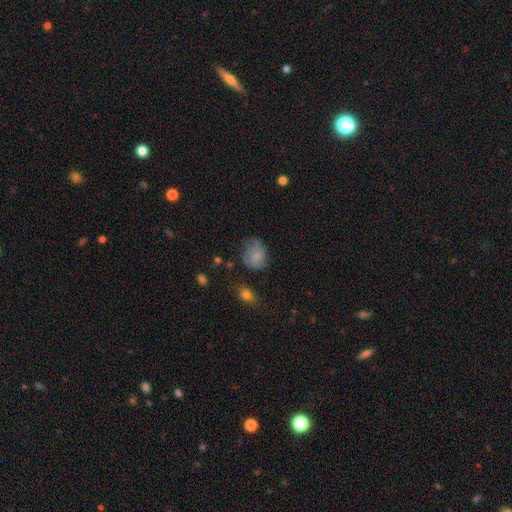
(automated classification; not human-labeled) smooth 72%, featured or disk 20%, star or artifact 8%. Down the decision tree: how rounded — round (57%); merging — none (57%).